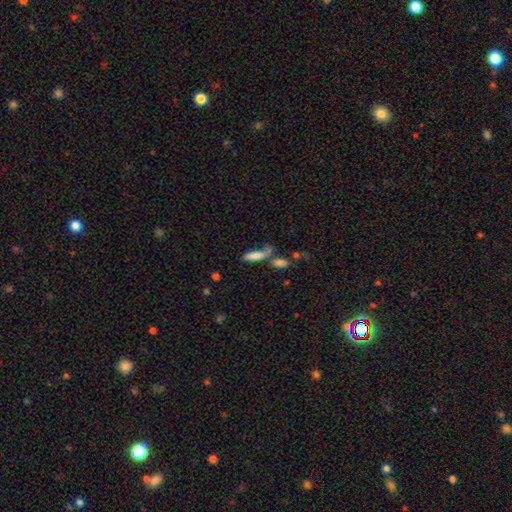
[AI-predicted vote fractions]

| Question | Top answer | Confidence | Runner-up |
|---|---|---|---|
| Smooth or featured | smooth | 77% | featured or disk (13%) |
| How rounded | in between | 52% | cigar-shaped (45%) |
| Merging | merger | 44% | none (35%) |